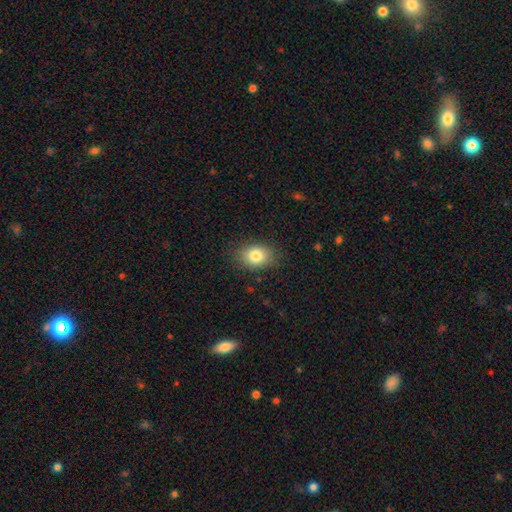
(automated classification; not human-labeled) Smooth or featured? Predicted: smooth (p=0.82). How rounded? Predicted: in between (p=0.68). Merging? Predicted: none (p=0.85).